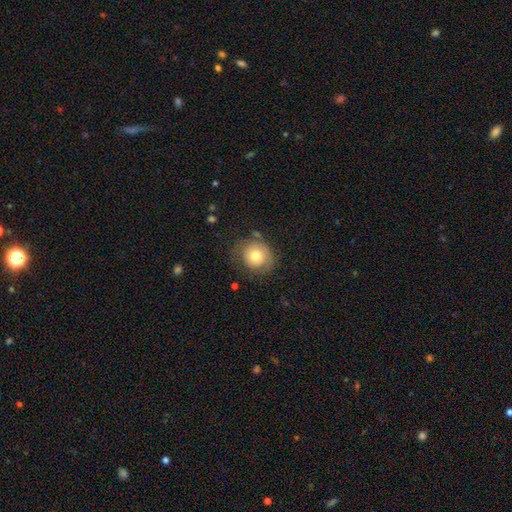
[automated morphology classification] This is likely a smooth galaxy (71%). How rounded: clearly round (84%). Merging: likely none (68%).